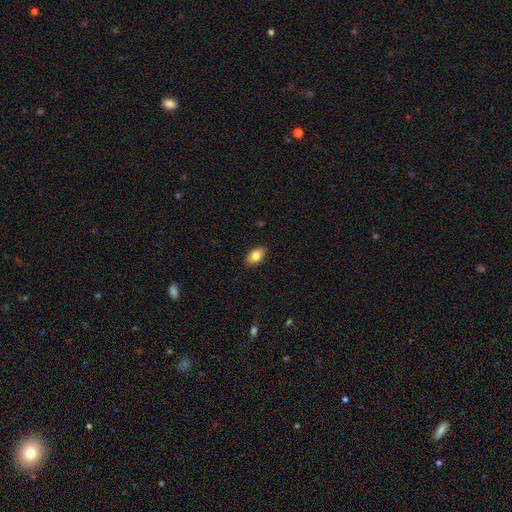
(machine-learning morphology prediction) Smooth or featured?
  - smooth: 84% *
  - featured or disk: 9%
  - star or artifact: 8%
How rounded?
  - in between: 88% *
  - round: 10%
  - cigar-shaped: 2%
Merging?
  - none: 88% *
  - minor disturbance: 9%
  - major disturbance: 2%
  - merger: 1%